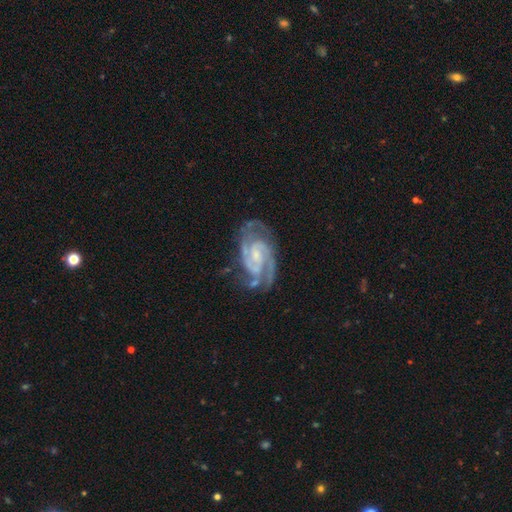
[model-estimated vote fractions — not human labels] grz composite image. It shows a featured or disk galaxy (91%) with a weak bar (48%), 2 (68%) tight (50%) spiral arms (98%) and a small central bulge (59%). Merging: none (72%).